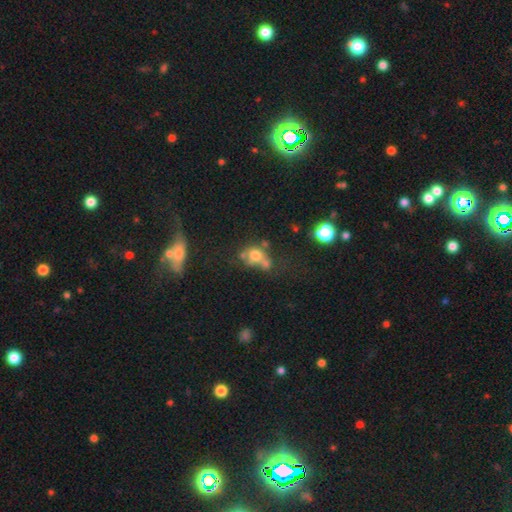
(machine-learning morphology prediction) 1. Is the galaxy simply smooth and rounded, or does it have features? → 62% smooth, 22% featured or disk, 16% star or artifact.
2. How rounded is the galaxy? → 63% round, 35% in between, 2% cigar-shaped.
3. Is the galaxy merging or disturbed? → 44% merger, 31% none, 14% minor disturbance, 11% major disturbance.